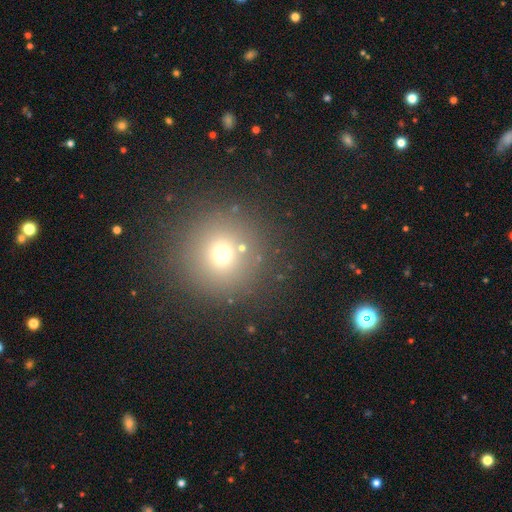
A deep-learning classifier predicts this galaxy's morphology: Overall: smooth (63%; star or artifact 27%). How rounded: round (95%). Merging: none (84%).